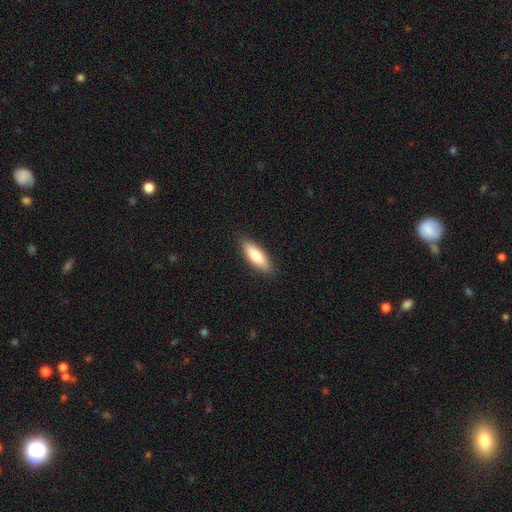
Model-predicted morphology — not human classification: smooth 76%, featured or disk 18%, star or artifact 6%. Down the decision tree: how rounded — in between (58%); merging — none (88%).